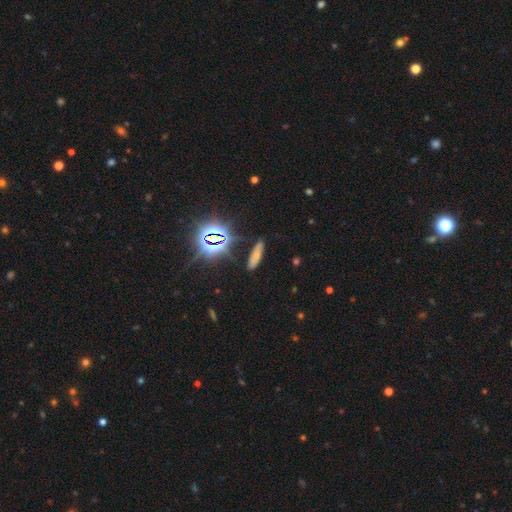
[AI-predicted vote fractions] This is possibly a smooth galaxy (54%). How rounded: likely cigar-shaped (60%). Merging: likely none (78%).